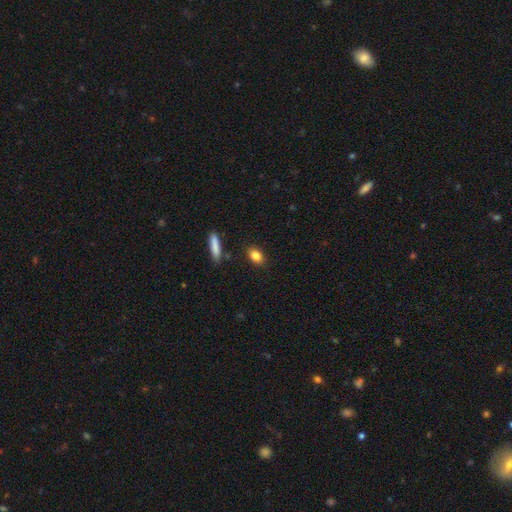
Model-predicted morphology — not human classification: This is clearly a smooth galaxy (84%). How rounded: likely in between (79%). Merging: clearly none (86%).